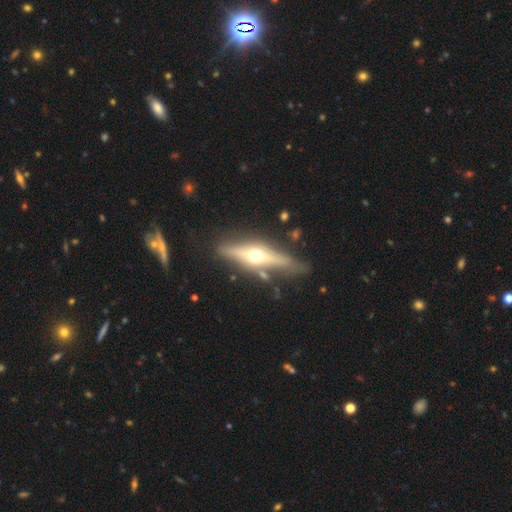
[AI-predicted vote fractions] The model was most divided on "smooth or featured": featured or disk: 72%, smooth: 22%, star or artifact: 6%. More confident: edge-on bulge — rounded (95%); edge-on disk — yes (93%); merging — none (79%).